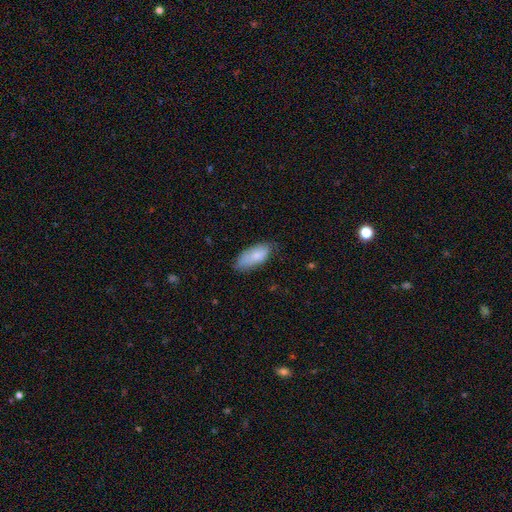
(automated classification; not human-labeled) This appears to be a smooth galaxy with no disk features (81%) that is in between round and cigar-shaped (88%). Merging: none (65%).